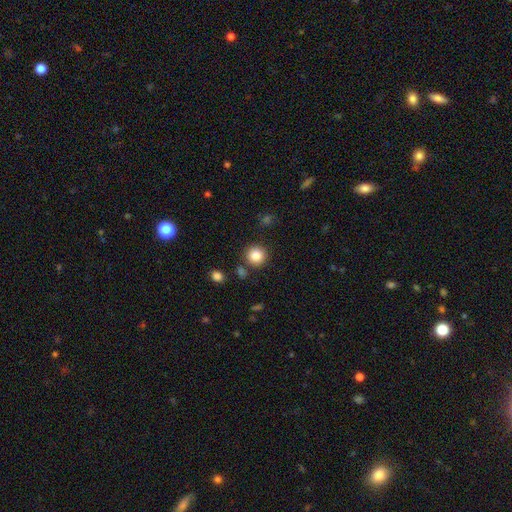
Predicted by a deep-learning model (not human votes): Overall: smooth (85%). How rounded: round (93%). Merging: none (84%).